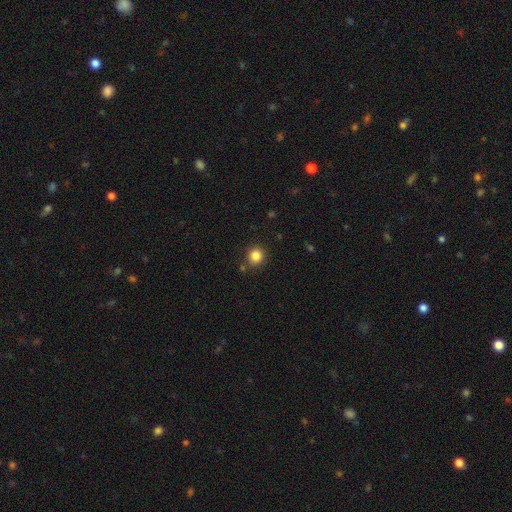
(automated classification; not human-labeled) smooth_or_featured: smooth (p=0.84) [alt: star or artifact p=0.11]
how_rounded: round (p=0.89) [alt: in between p=0.10]
merging: none (p=0.85) [alt: minor disturbance p=0.08]